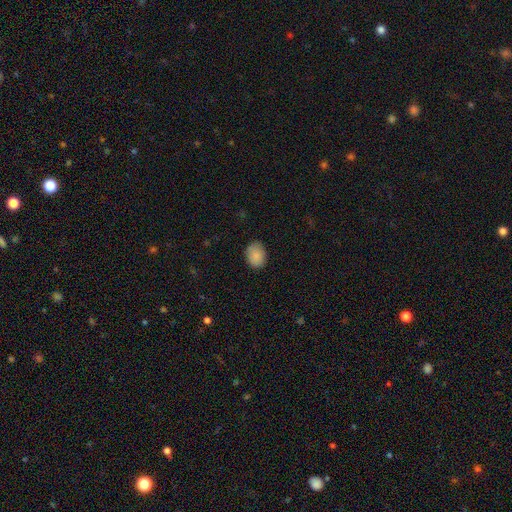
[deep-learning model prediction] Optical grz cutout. It shows a smooth galaxy with no disk features (88%) that is in between round and cigar-shaped (64%). Merging: none (80%).